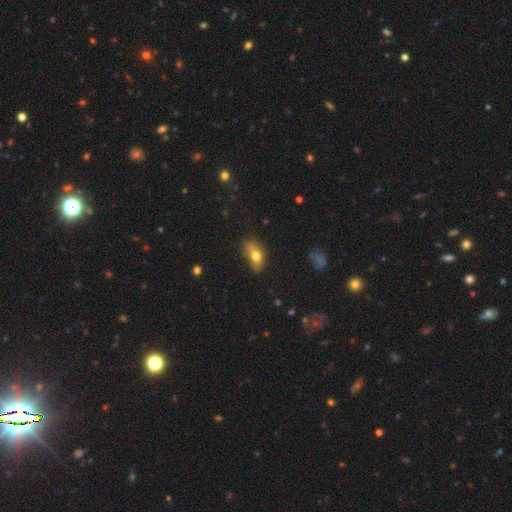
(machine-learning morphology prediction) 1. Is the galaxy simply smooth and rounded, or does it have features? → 71% smooth, 20% featured or disk, 9% star or artifact.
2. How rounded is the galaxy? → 84% in between, 9% round, 7% cigar-shaped.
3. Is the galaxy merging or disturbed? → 50% none, 33% minor disturbance, 13% major disturbance, 3% merger.